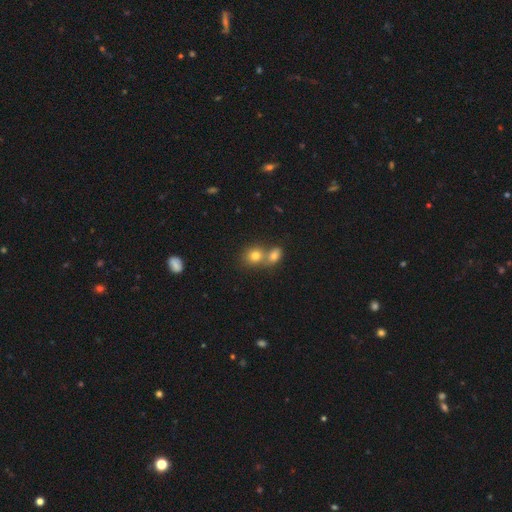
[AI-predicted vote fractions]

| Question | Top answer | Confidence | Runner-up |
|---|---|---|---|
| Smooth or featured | smooth | 77% | star or artifact (13%) |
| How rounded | round | 72% | in between (27%) |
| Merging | merger | 52% | none (39%) |